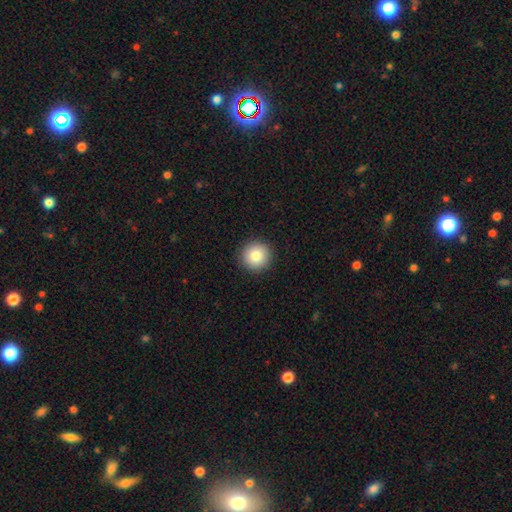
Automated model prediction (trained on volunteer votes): The model was most divided on "smooth or featured": smooth: 84%, star or artifact: 9%, featured or disk: 7%. More confident: how rounded — round (95%); merging — none (92%).